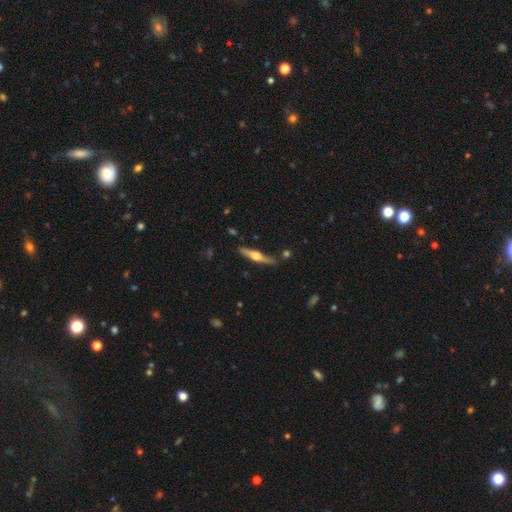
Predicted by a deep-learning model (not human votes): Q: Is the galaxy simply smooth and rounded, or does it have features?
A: featured or disk — 71%.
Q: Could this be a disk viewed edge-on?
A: yes — 97%.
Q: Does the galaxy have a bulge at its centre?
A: rounded — 92%.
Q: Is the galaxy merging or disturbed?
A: none — 82%.